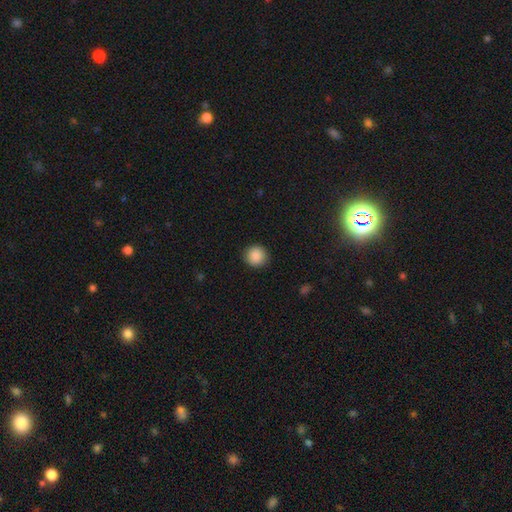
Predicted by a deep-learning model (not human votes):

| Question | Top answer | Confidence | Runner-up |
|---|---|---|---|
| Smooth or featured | smooth | 88% | star or artifact (9%) |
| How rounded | round | 92% | in between (7%) |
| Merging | none | 90% | minor disturbance (7%) |